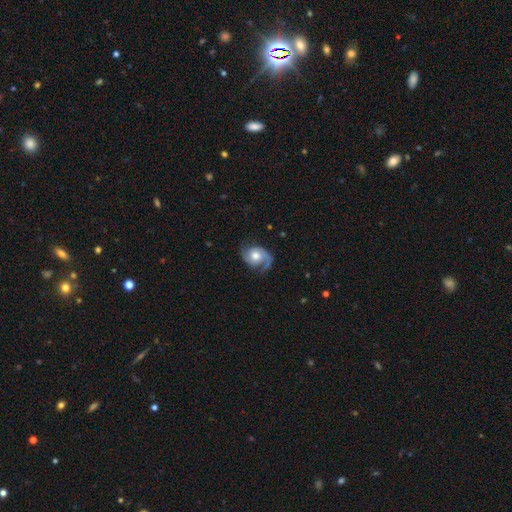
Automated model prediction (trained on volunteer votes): Smooth or featured? featured or disk (79%)
Edge-on disk? no (98%)
Bar? no (72%)
Spiral arms? yes (95%)
Spiral winding? medium (46%)
Spiral arm count? 2 (80%)
Bulge size? moderate (63%)
Merging? none (67%)